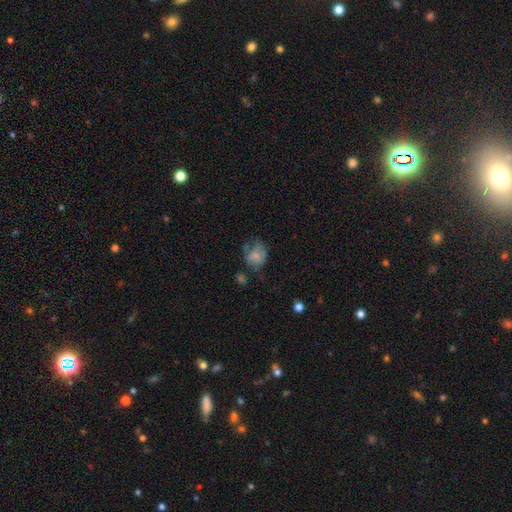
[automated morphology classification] smooth_or_featured: smooth (p=0.61) [alt: featured or disk p=0.28]
how_rounded: in between (p=0.56) [alt: round p=0.43]
merging: none (p=0.35) [alt: minor disturbance p=0.28]